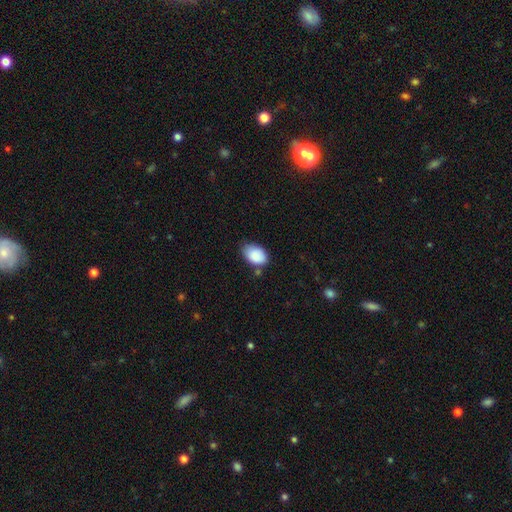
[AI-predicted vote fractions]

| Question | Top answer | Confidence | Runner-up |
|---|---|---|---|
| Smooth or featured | smooth | 87% | star or artifact (7%) |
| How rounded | in between | 87% | round (12%) |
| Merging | none | 58% | minor disturbance (31%) |